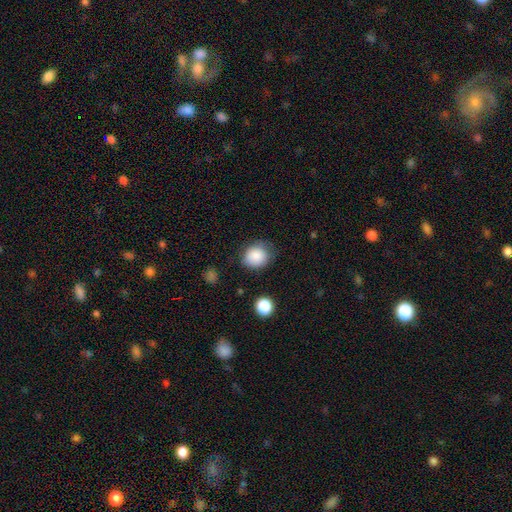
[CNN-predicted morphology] smooth 86%, star or artifact 9%, featured or disk 6%. Down the decision tree: how rounded — round (69%); merging — none (69%).